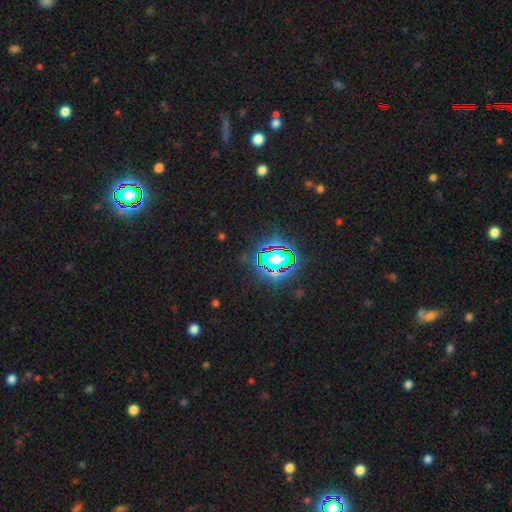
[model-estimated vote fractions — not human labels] Smooth or featured: star or artifact — 82% (smooth — 11%)